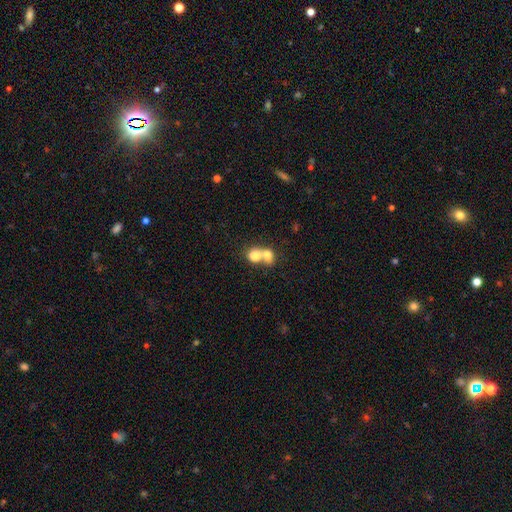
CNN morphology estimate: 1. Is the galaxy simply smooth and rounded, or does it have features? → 76% smooth, 16% featured or disk, 9% star or artifact.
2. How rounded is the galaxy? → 59% round, 40% in between, 1% cigar-shaped.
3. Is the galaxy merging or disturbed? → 73% merger, 19% none, 5% minor disturbance, 3% major disturbance.